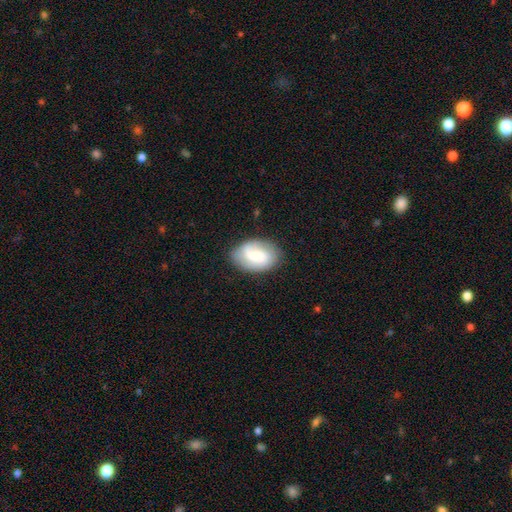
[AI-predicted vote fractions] A smooth galaxy with no disk features (52%) that is in between round and cigar-shaped (82%).

Vote fractions:
- Smooth or featured? smooth: 52% / featured or disk: 41% / star or artifact: 7%
- How rounded? in between: 82% / round: 16% / cigar-shaped: 1%
- Merging? none: 73% / minor disturbance: 19% / major disturbance: 6% / merger: 2%